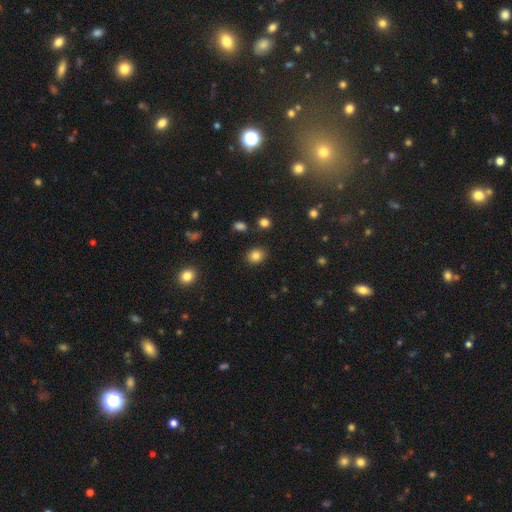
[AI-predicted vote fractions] A smooth galaxy with no disk features (84%) that is round (58%).

Vote fractions:
- Smooth or featured? smooth: 84% / star or artifact: 11% / featured or disk: 6%
- How rounded? round: 58% / in between: 41% / cigar-shaped: 1%
- Merging? none: 88% / minor disturbance: 8% / major disturbance: 2% / merger: 2%